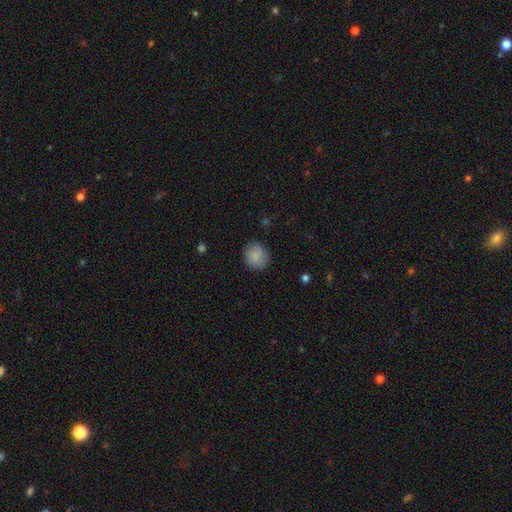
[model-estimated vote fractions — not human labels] Smooth or featured?
  - smooth: 86% *
  - star or artifact: 7%
  - featured or disk: 6%
How rounded?
  - round: 87% *
  - in between: 12%
  - cigar-shaped: 1%
Merging?
  - none: 84% *
  - minor disturbance: 12%
  - major disturbance: 3%
  - merger: 1%